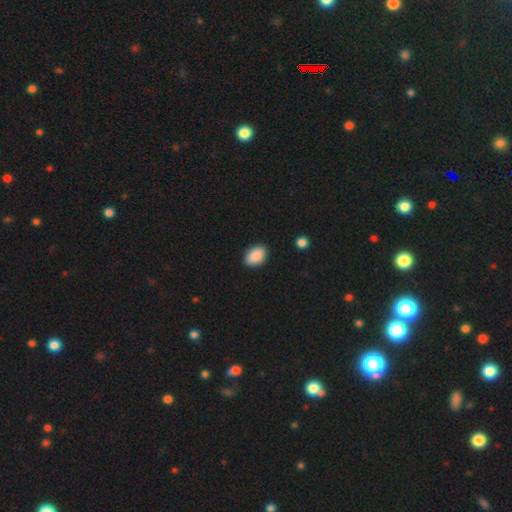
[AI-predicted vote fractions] Smooth or featured? Predicted: smooth (p=0.90). How rounded? Predicted: in between (p=0.87). Merging? Predicted: none (p=0.88).